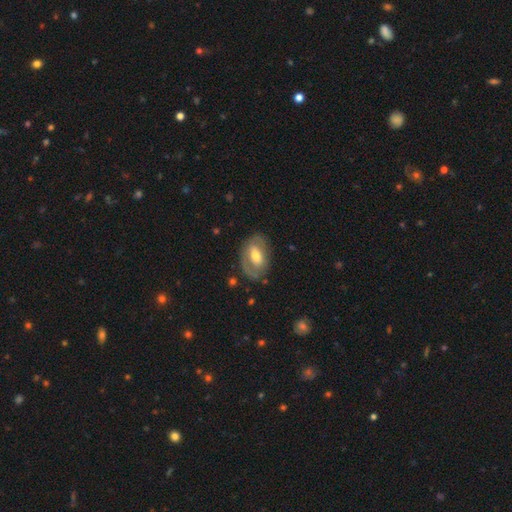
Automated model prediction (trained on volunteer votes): featured or disk 52%, smooth 42%, star or artifact 6%. Down the decision tree: edge-on disk — no (92%); merging — none (71%).